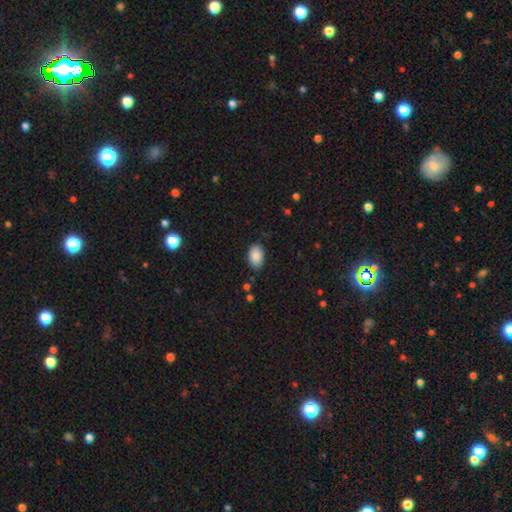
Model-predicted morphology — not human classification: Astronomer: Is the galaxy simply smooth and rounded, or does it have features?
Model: smooth — 89%.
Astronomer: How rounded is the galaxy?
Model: in between — 91%.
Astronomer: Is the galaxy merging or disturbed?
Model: none — 84%.